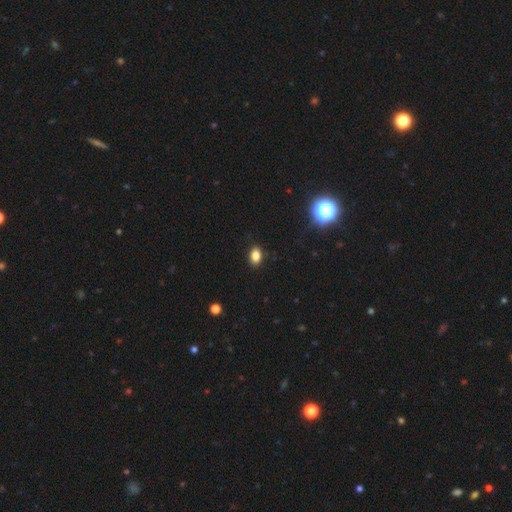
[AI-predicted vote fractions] A smooth galaxy with no disk features (82%) that is in between round and cigar-shaped (84%). Merging: none (87%).